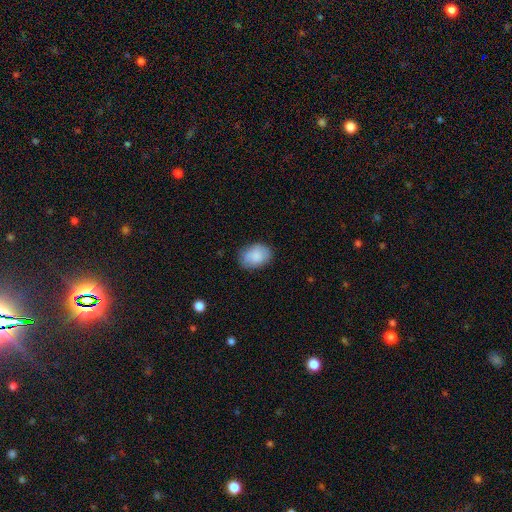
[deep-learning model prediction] Smooth or featured?
  - smooth: 84% *
  - featured or disk: 10%
  - star or artifact: 7%
How rounded?
  - in between: 71% *
  - round: 28%
  - cigar-shaped: 1%
Merging?
  - none: 79% *
  - minor disturbance: 16%
  - major disturbance: 4%
  - merger: 1%